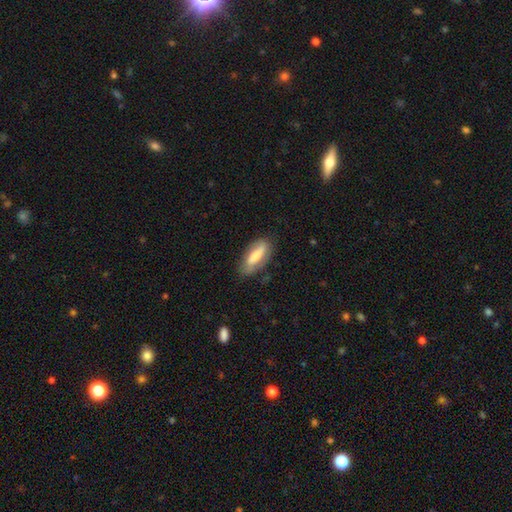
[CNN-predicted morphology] Overall: smooth (63%; featured or disk 31%). How rounded: in between (71%). Merging: none (76%).